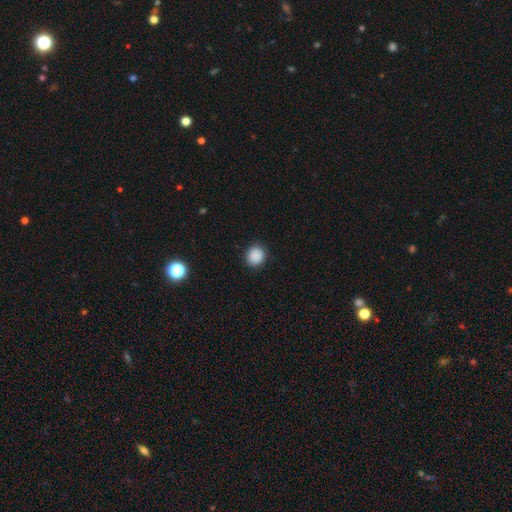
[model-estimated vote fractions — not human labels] This appears to be a smooth galaxy with no disk features (88%) that is round (85%). Merging: none (90%).